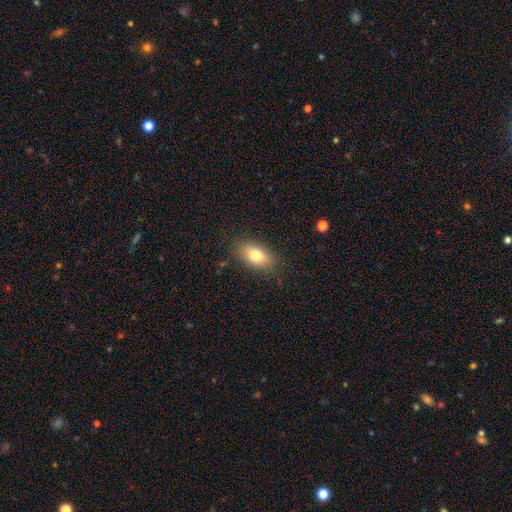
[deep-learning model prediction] smooth-or-featured: smooth: 75% | featured or disk: 16% | star or artifact: 9%
  how-rounded: in between: 86% | round: 8% | cigar-shaped: 6%
  merging: none: 83% | minor disturbance: 12% | major disturbance: 3% | merger: 1%